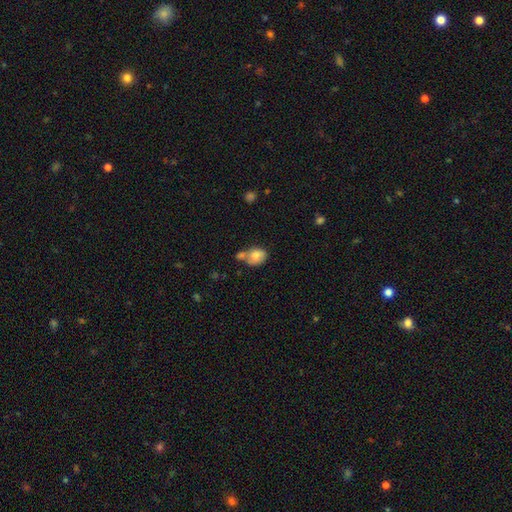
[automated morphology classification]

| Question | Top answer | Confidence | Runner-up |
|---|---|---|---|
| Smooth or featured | smooth | 76% | featured or disk (15%) |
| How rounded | in between | 64% | round (35%) |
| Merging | merger | 39% | none (33%) |